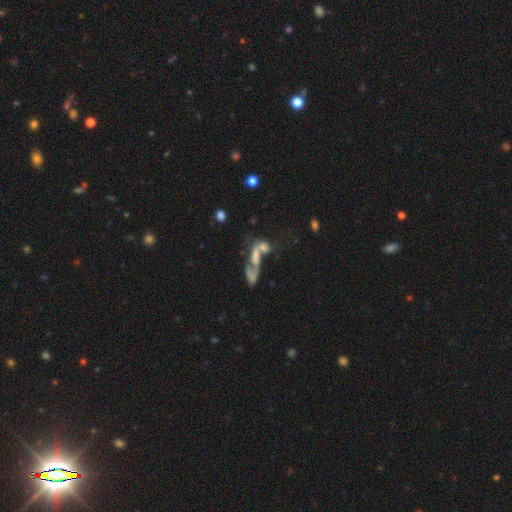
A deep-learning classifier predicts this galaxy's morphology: smooth-or-featured: featured or disk: 52% | smooth: 30% | star or artifact: 18%
  disk-edge-on: no: 85% | yes: 15%
  merging: merger: 61% | major disturbance: 17% | none: 15% | minor disturbance: 7%